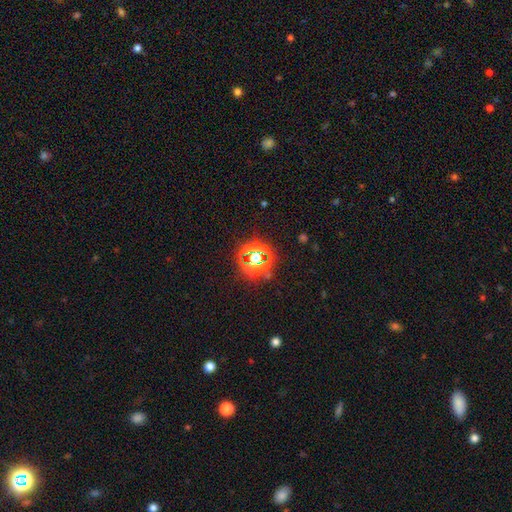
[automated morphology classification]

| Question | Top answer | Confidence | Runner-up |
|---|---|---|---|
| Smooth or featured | star or artifact | 63% | smooth (26%) |